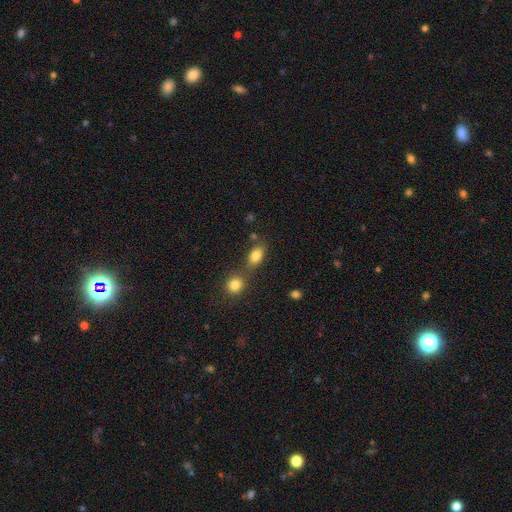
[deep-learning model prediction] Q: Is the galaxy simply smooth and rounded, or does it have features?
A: smooth — 82%.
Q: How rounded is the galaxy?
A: in between — 80%.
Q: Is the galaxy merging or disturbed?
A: none — 56%.